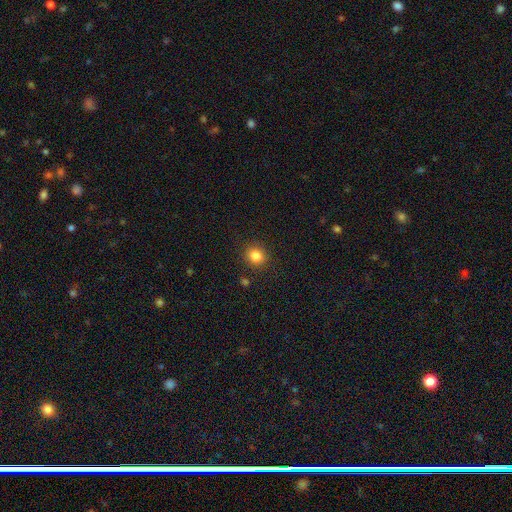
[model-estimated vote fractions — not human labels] smooth 84%, star or artifact 11%, featured or disk 5%. Down the decision tree: how rounded — round (74%); merging — none (88%).